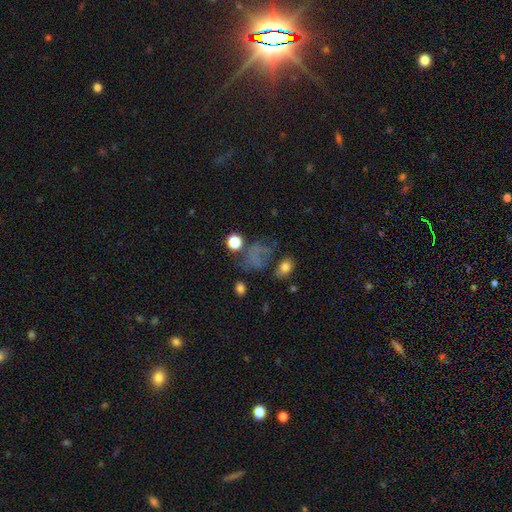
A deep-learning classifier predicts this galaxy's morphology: Smooth or featured: smooth — 48% (star or artifact — 31%)
Merging: none — 40% (major disturbance — 30%)